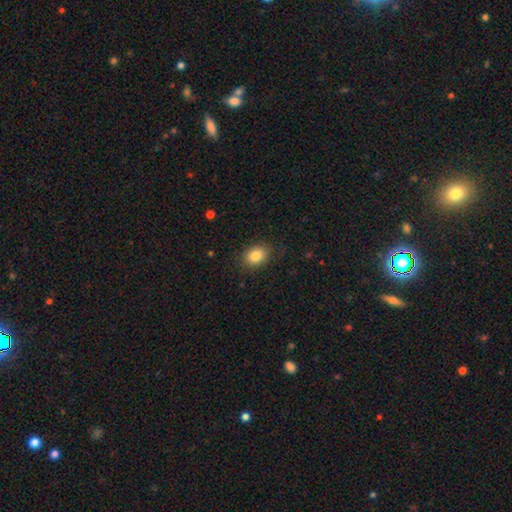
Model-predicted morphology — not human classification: This is clearly a smooth galaxy (85%). How rounded: likely in between (71%). Merging: clearly none (83%).